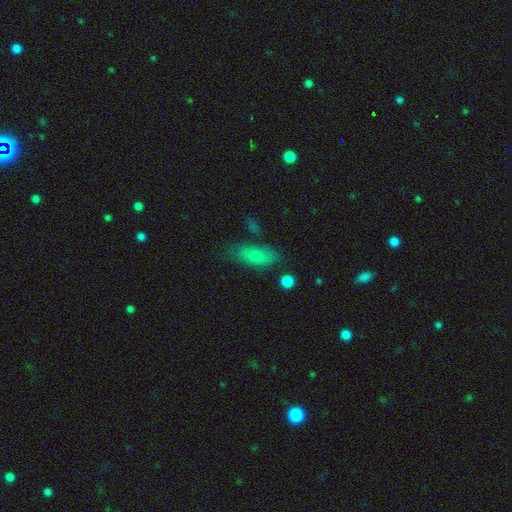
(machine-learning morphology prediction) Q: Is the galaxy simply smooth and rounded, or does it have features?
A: smooth — 63%.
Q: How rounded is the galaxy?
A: in between — 72%.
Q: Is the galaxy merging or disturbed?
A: none — 69%.